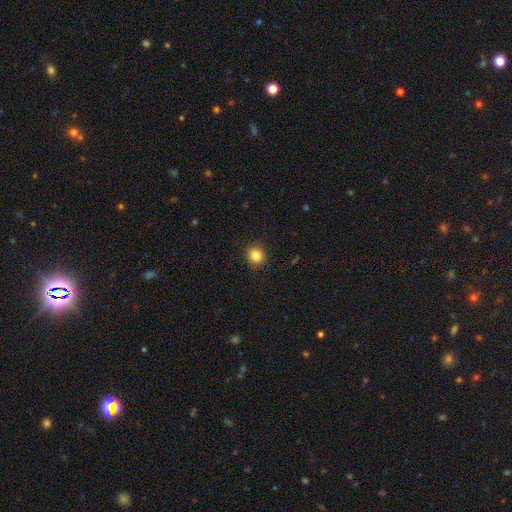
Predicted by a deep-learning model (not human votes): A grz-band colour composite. It shows a smooth galaxy with no disk features (84%) that is round (86%). Merging: none (91%).